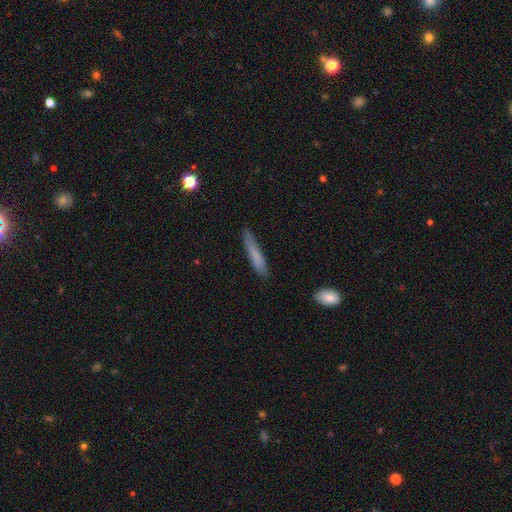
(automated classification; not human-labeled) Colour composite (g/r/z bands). It shows a smooth galaxy with no disk features (74%) that is cigar-shaped (91%). Merging: none (74%).